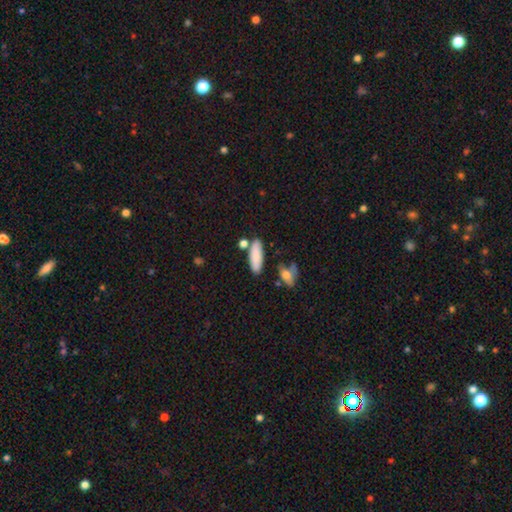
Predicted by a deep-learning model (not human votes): A smooth galaxy with no disk features (84%) that is in between round and cigar-shaped (61%).

Vote fractions:
- Smooth or featured? smooth: 84% / featured or disk: 9% / star or artifact: 7%
- How rounded? in between: 61% / cigar-shaped: 36% / round: 3%
- Merging? none: 72% / minor disturbance: 13% / merger: 11% / major disturbance: 4%